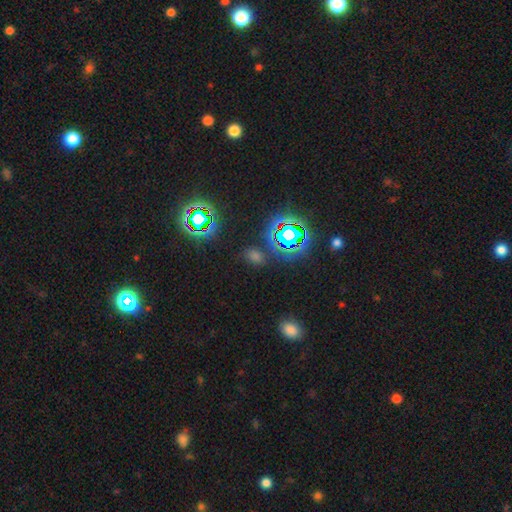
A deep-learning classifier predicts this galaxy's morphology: smooth_or_featured: star or artifact (p=0.53) [alt: smooth p=0.38]